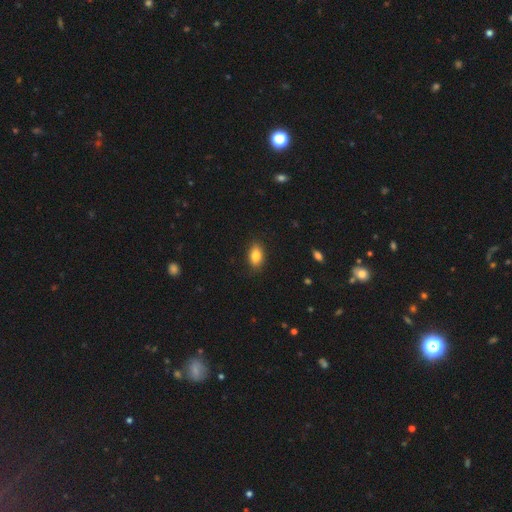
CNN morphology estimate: Q: Smooth or featured?
A: smooth (83%); runner-up: featured or disk (9%)
Q: How rounded?
A: in between (88%); runner-up: round (9%)
Q: Merging?
A: none (86%); runner-up: minor disturbance (10%)